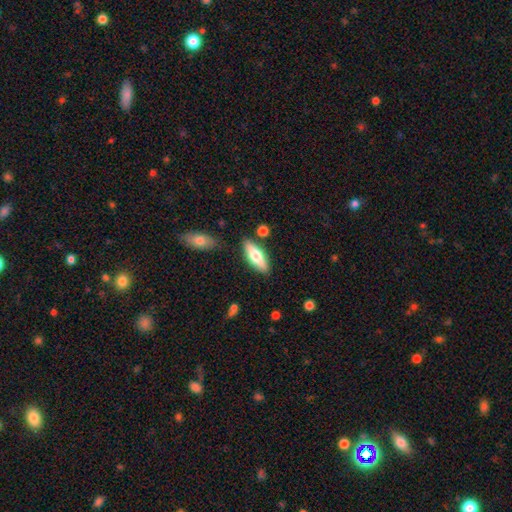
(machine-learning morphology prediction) type=smooth (55%); roundness=in between (56%); merging=none (83%).